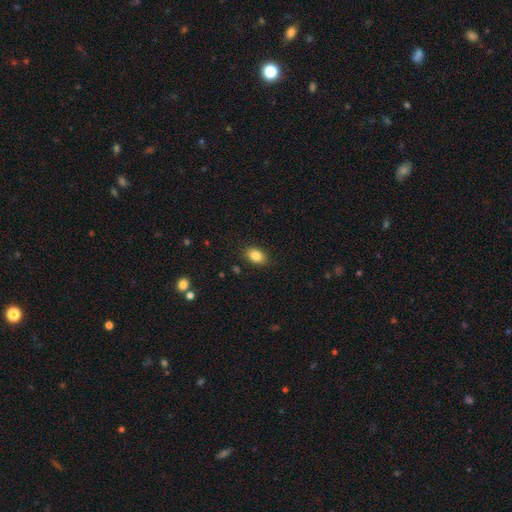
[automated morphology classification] This is clearly a smooth galaxy (85%). How rounded: clearly in between (82%). Merging: clearly none (87%).